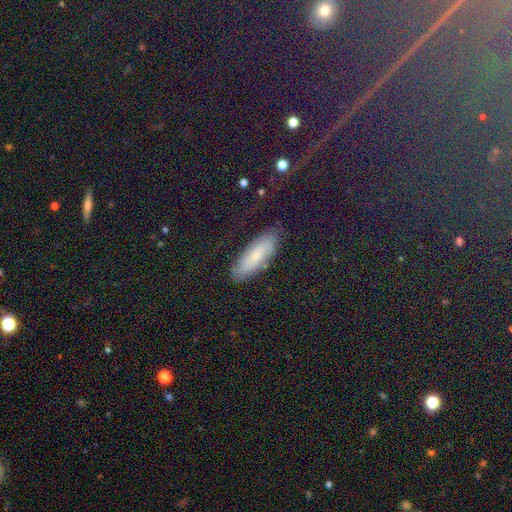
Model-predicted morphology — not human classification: Smooth or featured?
  - smooth: 49% *
  - star or artifact: 26%
  - featured or disk: 26%
Merging?
  - none: 83% *
  - minor disturbance: 12%
  - major disturbance: 3%
  - merger: 2%